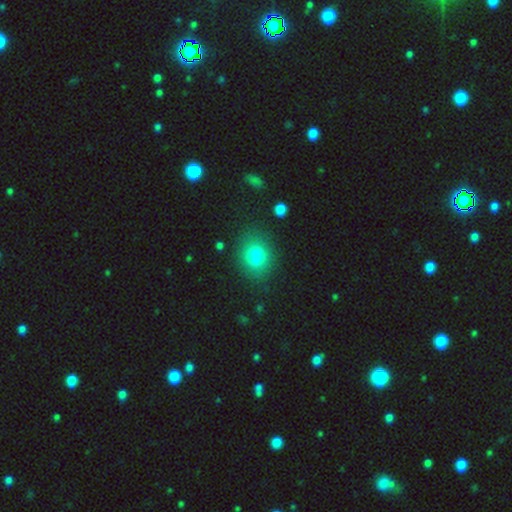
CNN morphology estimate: type=smooth (78%); roundness=round (64%); merging=none (84%).